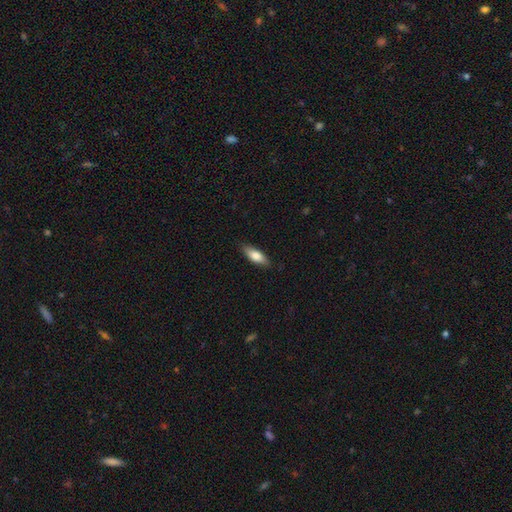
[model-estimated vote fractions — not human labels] This is likely a smooth galaxy (79%). How rounded: likely in between (67%). Merging: clearly none (86%).